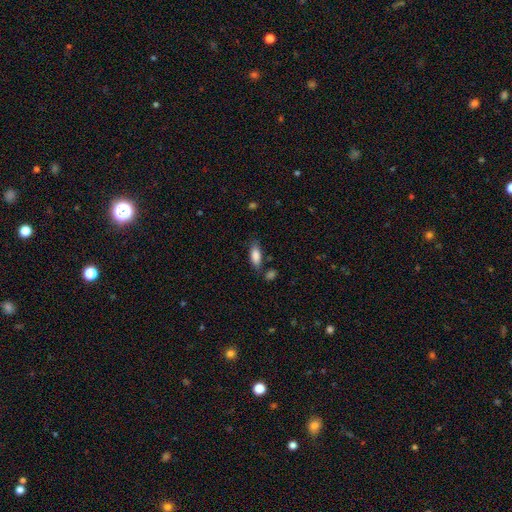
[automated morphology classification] smooth-or-featured: smooth: 84% | featured or disk: 9% | star or artifact: 7%
  how-rounded: in between: 76% | cigar-shaped: 22% | round: 2%
  merging: none: 71% | minor disturbance: 18% | merger: 7% | major disturbance: 5%